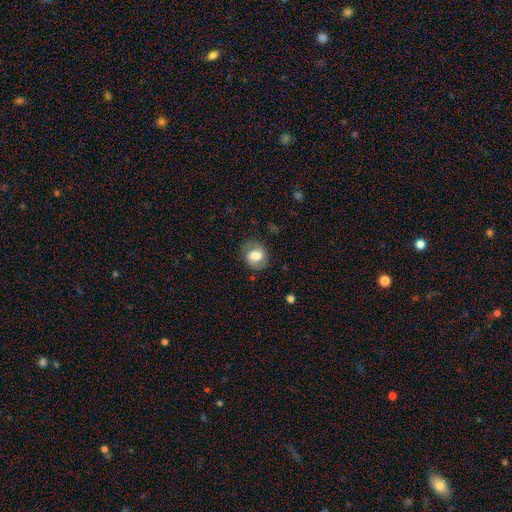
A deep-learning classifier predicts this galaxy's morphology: Smooth or featured? smooth (61%)
How rounded? round (62%)
Merging? none (75%)